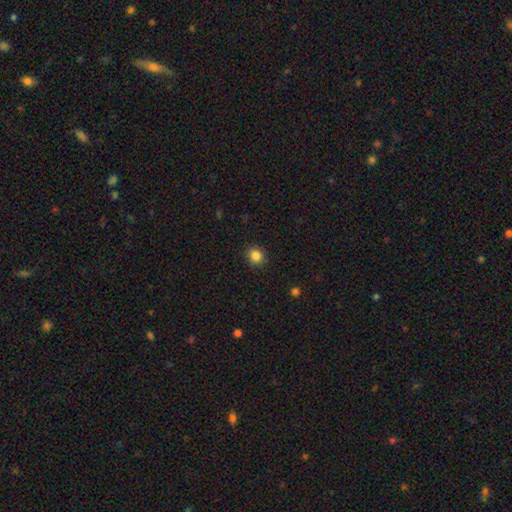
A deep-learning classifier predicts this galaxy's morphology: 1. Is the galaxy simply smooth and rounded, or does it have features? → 85% smooth, 11% star or artifact, 4% featured or disk.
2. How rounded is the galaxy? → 84% round, 15% in between, 1% cigar-shaped.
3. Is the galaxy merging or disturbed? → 91% none, 6% minor disturbance, 2% major disturbance, 1% merger.